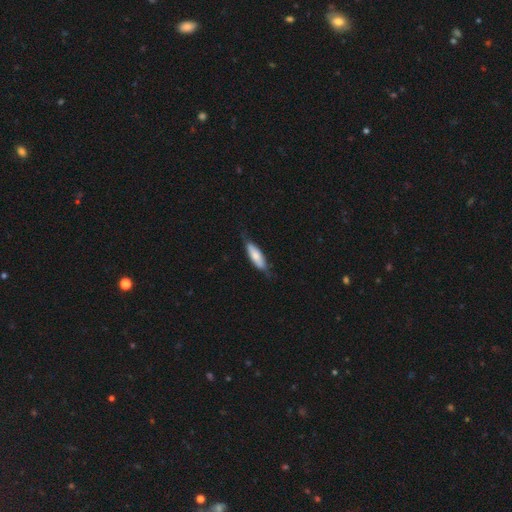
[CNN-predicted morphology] Smooth or featured? smooth (70%)
How rounded? cigar-shaped (51%)
Merging? none (69%)